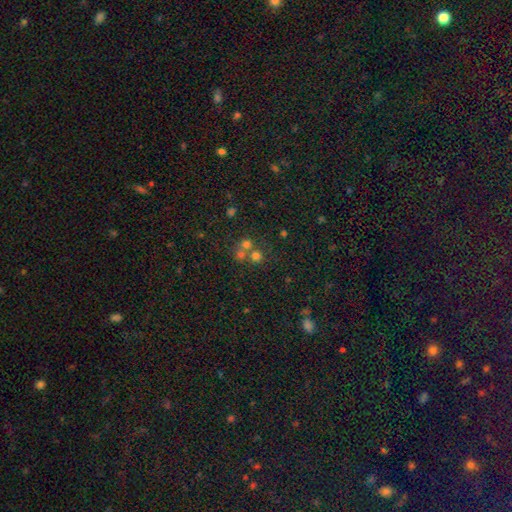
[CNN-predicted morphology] Smooth or featured? Predicted: smooth (p=0.64). How rounded? Predicted: round (p=0.88). Merging? Predicted: none (p=0.50).